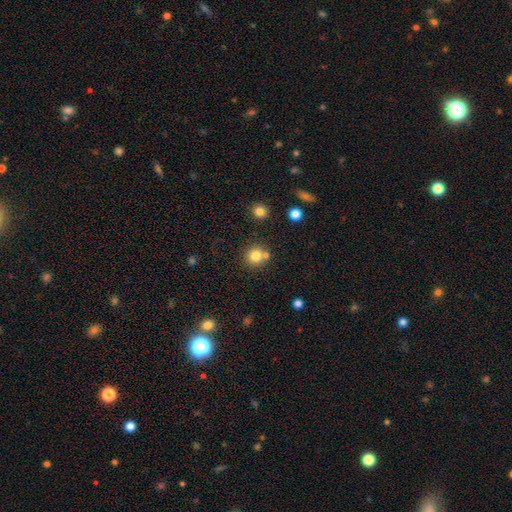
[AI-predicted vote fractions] Overall: smooth (80%). How rounded: round (92%). Merging: none (70%).